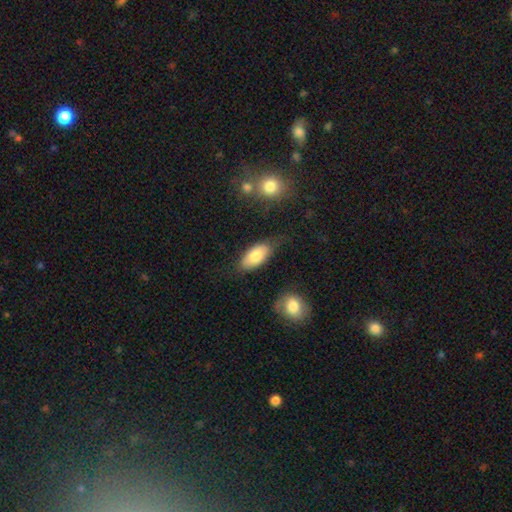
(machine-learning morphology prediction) smooth-or-featured: smooth: 80% | featured or disk: 14% | star or artifact: 6%
  how-rounded: in between: 91% | cigar-shaped: 6% | round: 3%
  merging: none: 66% | minor disturbance: 23% | major disturbance: 7% | merger: 5%